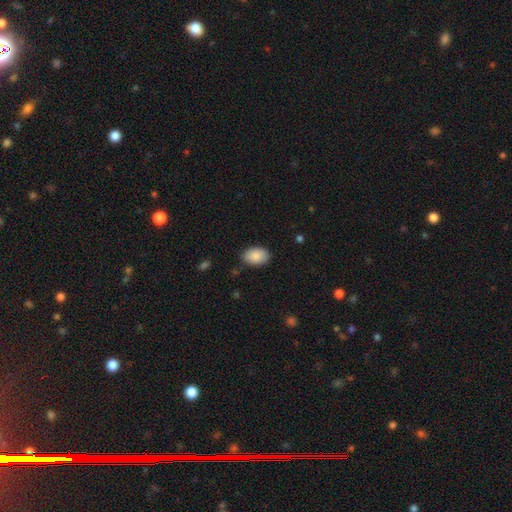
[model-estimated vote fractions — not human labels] smooth 88%, star or artifact 7%, featured or disk 6%. Down the decision tree: how rounded — in between (87%); merging — none (83%).